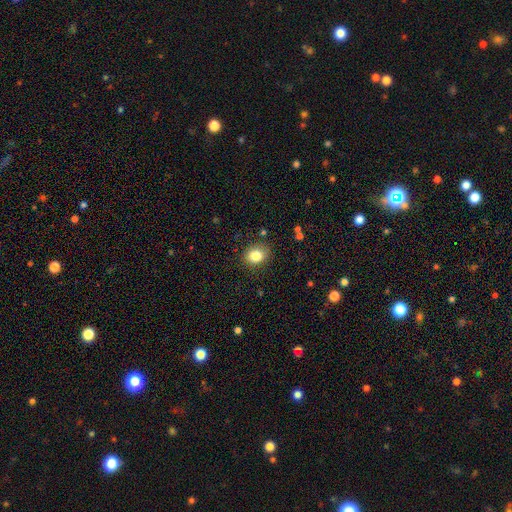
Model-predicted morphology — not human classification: Smooth or featured? Predicted: smooth (p=0.83). How rounded? Predicted: round (p=0.54). Merging? Predicted: none (p=0.84).